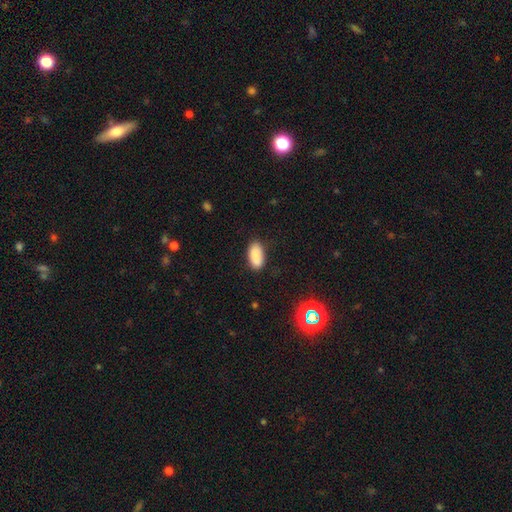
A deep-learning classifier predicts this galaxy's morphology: Smooth or featured?
  - smooth: 86% *
  - star or artifact: 8%
  - featured or disk: 5%
How rounded?
  - in between: 91% *
  - cigar-shaped: 6%
  - round: 3%
Merging?
  - none: 81% *
  - minor disturbance: 14%
  - major disturbance: 3%
  - merger: 2%